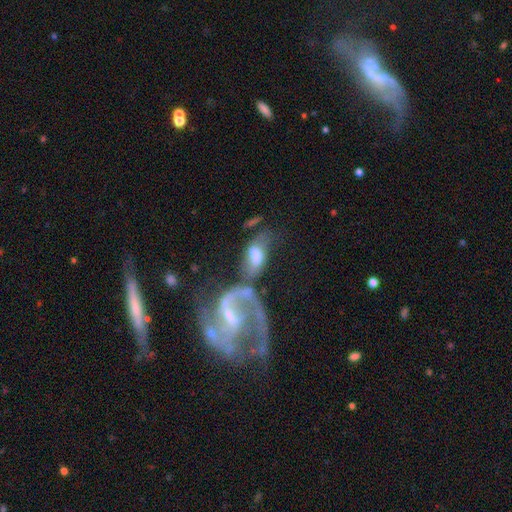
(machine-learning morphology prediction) Smooth or featured? smooth (45%, tied with featured or disk)
Merging? merger (50%)